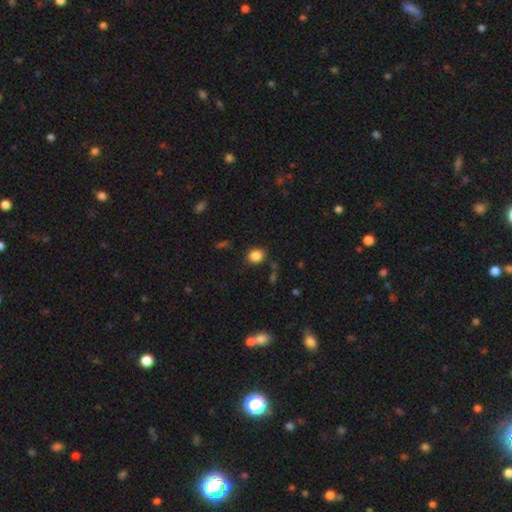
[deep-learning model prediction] Smooth or featured? smooth (85%)
How rounded? round (56%)
Merging? none (81%)